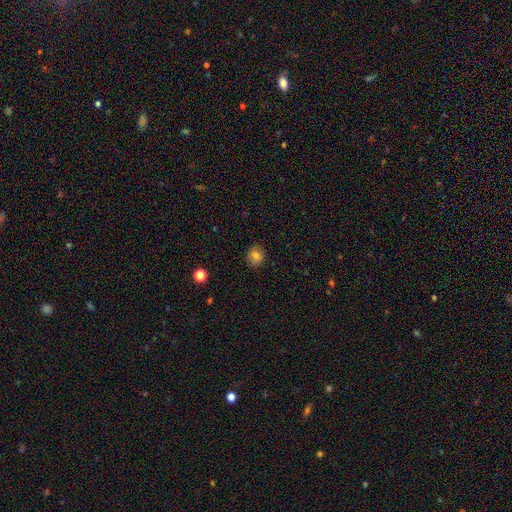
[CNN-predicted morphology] A smooth galaxy with no disk features (78%) that is round (70%). Merging: none (88%).